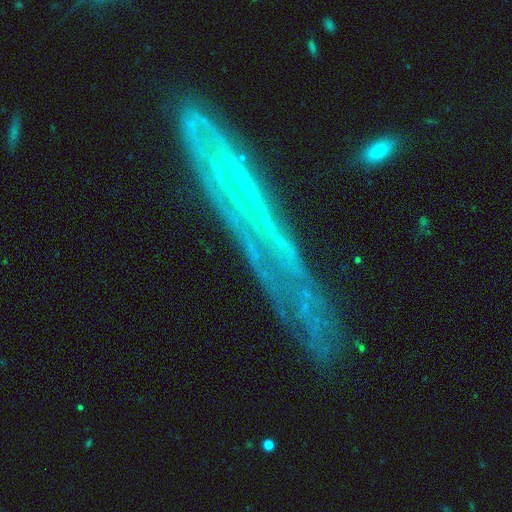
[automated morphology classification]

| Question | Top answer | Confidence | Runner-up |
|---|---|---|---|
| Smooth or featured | featured or disk | 68% | smooth (16%) |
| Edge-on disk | yes | 63% | no (37%) |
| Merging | none | 74% | minor disturbance (16%) |